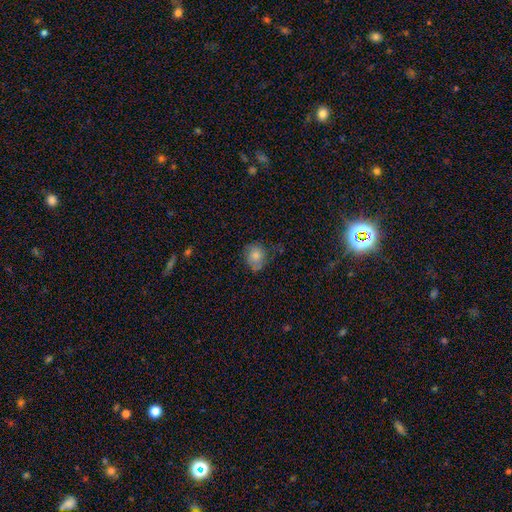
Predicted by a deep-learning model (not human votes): A smooth galaxy with no disk features (79%) that is round (69%). Merging: none (61%).